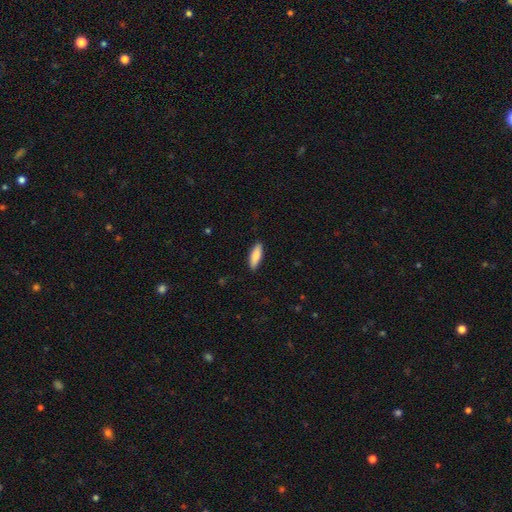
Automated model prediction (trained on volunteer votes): smooth_or_featured: smooth (p=0.84) [alt: featured or disk p=0.11]
how_rounded: in between (p=0.52) [alt: cigar-shaped p=0.46]
merging: none (p=0.89) [alt: minor disturbance p=0.08]